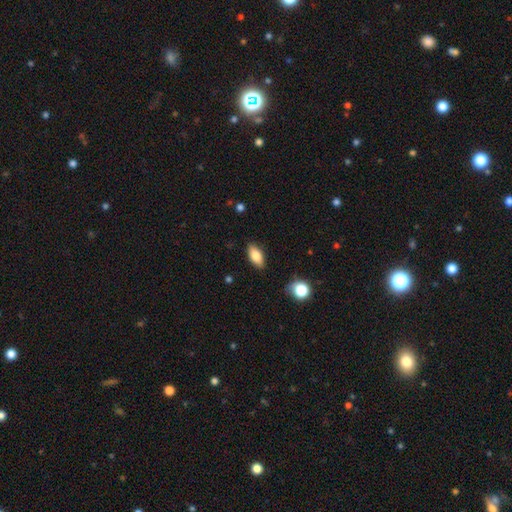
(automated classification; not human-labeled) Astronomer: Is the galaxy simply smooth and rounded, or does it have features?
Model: smooth — 77%.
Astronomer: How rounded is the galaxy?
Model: in between — 87%.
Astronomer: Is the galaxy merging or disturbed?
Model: none — 87%.